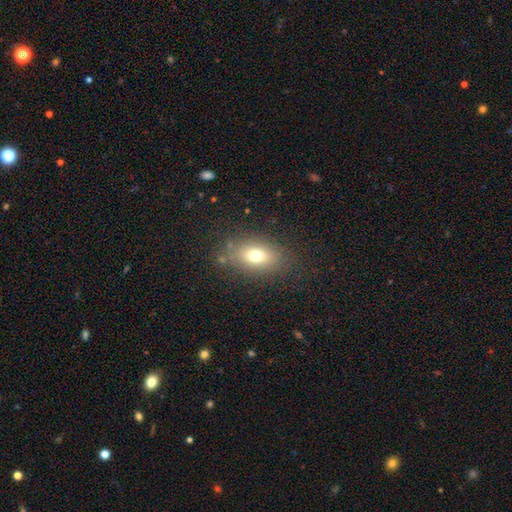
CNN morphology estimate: A smooth galaxy with no disk features (72%) that is in between round and cigar-shaped (78%). Merging: none (80%).